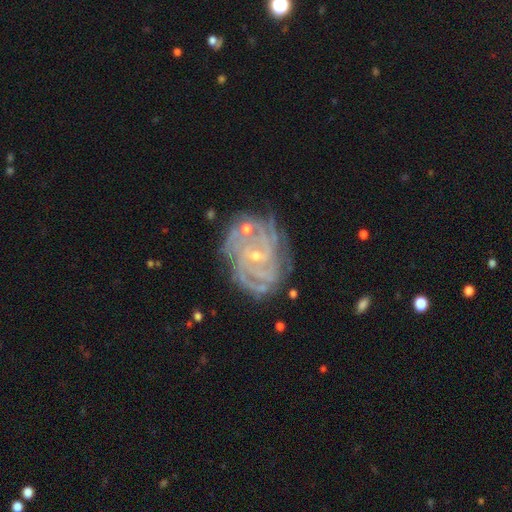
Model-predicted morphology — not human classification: Smooth or featured? featured or disk (88%)
Edge-on disk? no (97%)
Bar? no (51%)
Spiral arms? yes (97%)
Spiral winding? tight (74%)
Spiral arm count? 4 (26%)
Bulge size? small (79%)
Merging? none (71%)